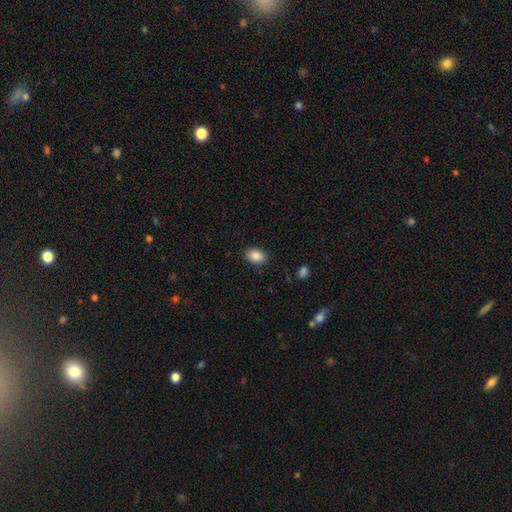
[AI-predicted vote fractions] The model was most divided on "how rounded": in between: 79%, round: 20%, cigar-shaped: 1%. More confident: smooth or featured — smooth (88%); merging — none (87%).